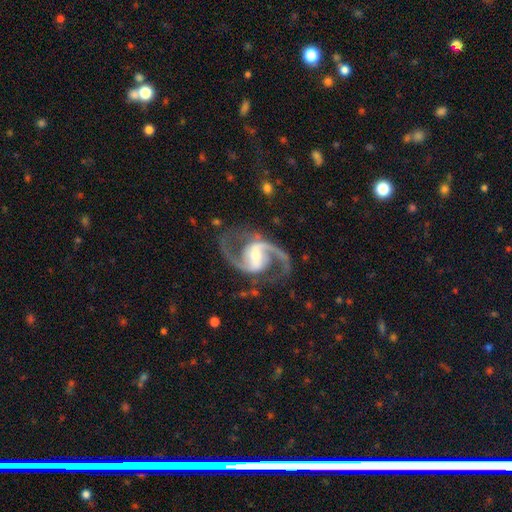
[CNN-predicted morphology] A featured or disk galaxy (94%) with a strong bar (47%), 2 (94%) medium (62%) spiral arms (98%) and a moderate central bulge (47%). Merging: none (80%).